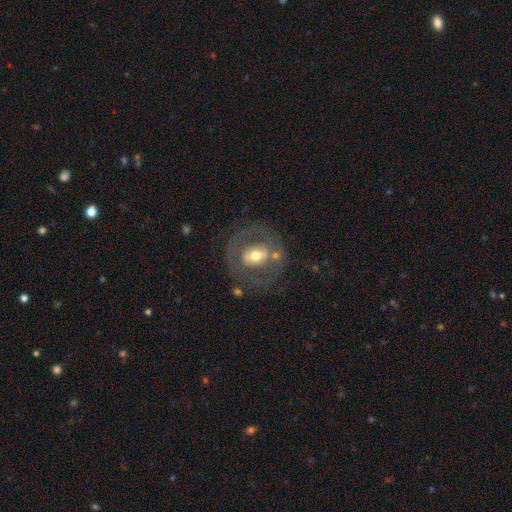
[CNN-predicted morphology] smooth-or-featured: featured or disk: 61% | smooth: 32% | star or artifact: 7%
  disk-edge-on: no: 94% | yes: 6%
    bar: no: 46% | weak: 31% | strong: 23%
    has-spiral-arms: no: 74% | yes: 26%
    bulge-size: moderate: 68% | small: 19% | large: 11% | dominant: 1% | none: 1%
  merging: none: 70% | minor disturbance: 15% | major disturbance: 11% | merger: 4%